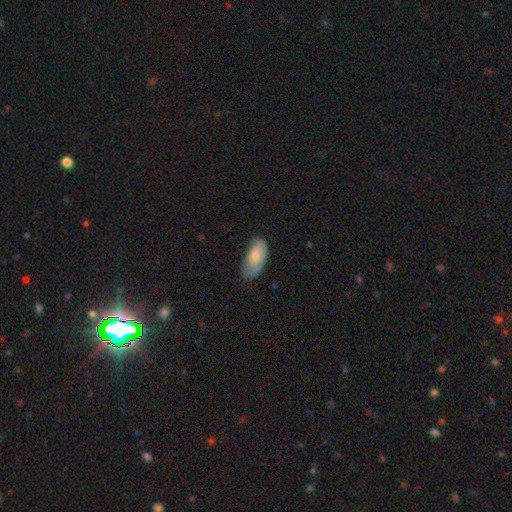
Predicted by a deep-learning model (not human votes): smooth-or-featured: smooth: 78% | featured or disk: 16% | star or artifact: 6%
  how-rounded: in between: 92% | cigar-shaped: 6% | round: 2%
  merging: none: 45% | minor disturbance: 39% | major disturbance: 14% | merger: 2%